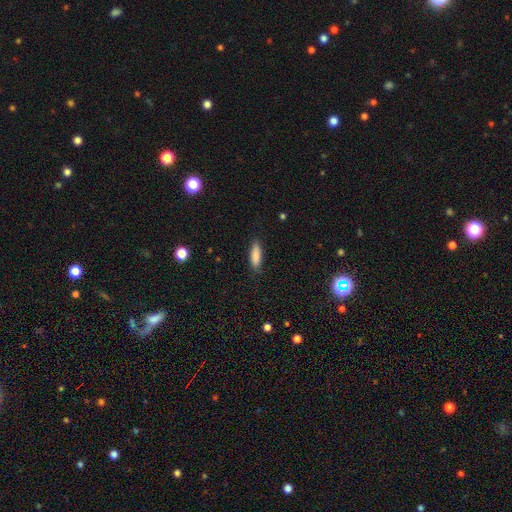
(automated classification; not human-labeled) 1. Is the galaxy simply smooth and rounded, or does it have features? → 86% smooth, 7% featured or disk, 7% star or artifact.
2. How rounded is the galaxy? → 50% in between, 49% cigar-shaped, 2% round.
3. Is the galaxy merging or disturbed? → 84% none, 13% minor disturbance, 3% major disturbance, 1% merger.